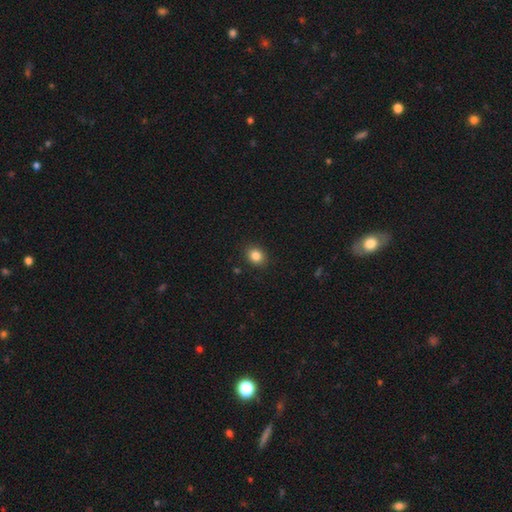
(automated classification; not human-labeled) Overall: smooth (84%). How rounded: round (59%; in between 40%). Merging: none (89%).